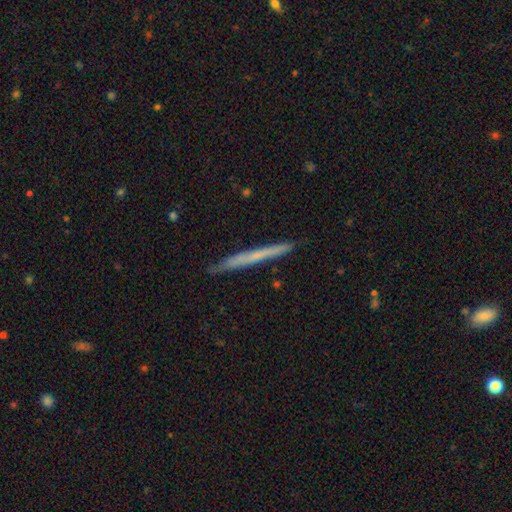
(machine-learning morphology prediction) Smooth or featured? smooth (49%)
Merging? none (90%)